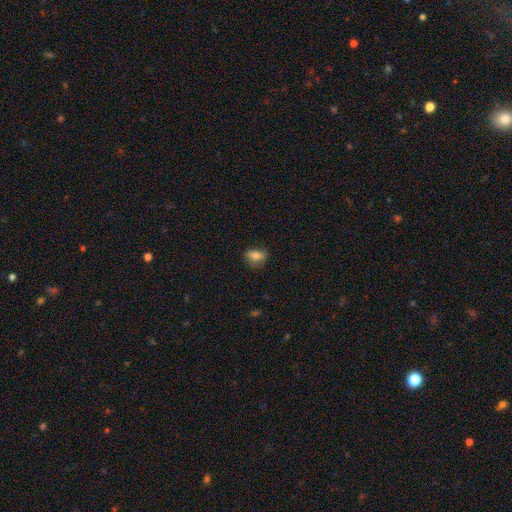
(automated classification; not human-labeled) The model was most divided on "how rounded": in between: 66%, round: 31%, cigar-shaped: 3%. More confident: merging — none (73%); smooth or featured — smooth (71%).